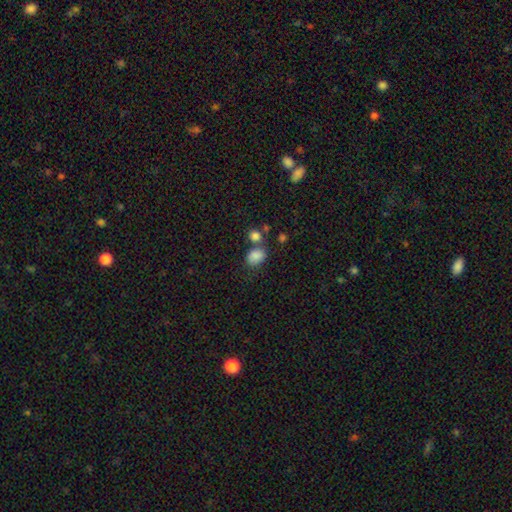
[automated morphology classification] A smooth galaxy with no disk features (84%) that is in between round and cigar-shaped (68%). Merging: none (56%).